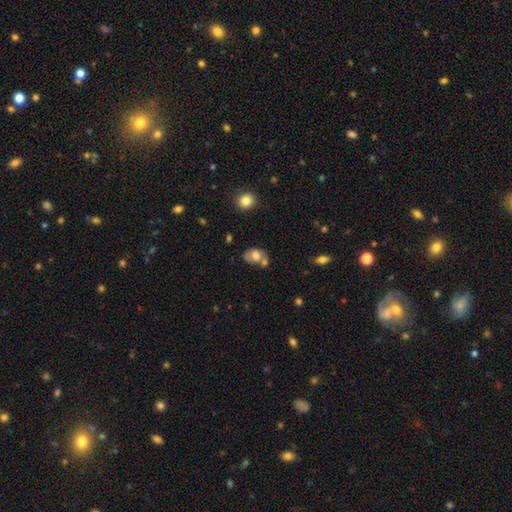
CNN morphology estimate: Smooth or featured? smooth (64%)
How rounded? in between (68%)
Merging? none (41%)